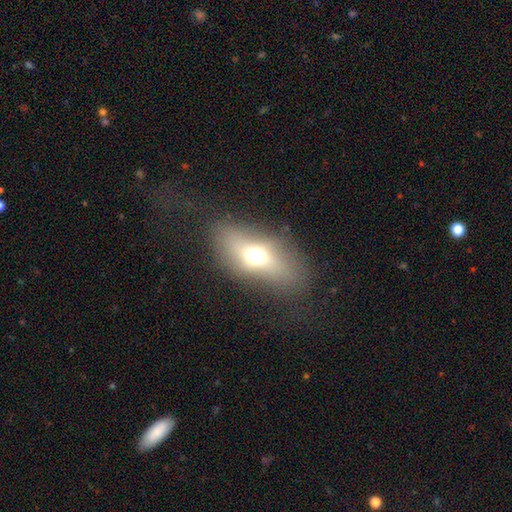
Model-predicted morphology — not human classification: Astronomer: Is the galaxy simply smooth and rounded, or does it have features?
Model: smooth — 55%.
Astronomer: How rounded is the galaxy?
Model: in between — 74%.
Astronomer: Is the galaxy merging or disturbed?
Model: none — 75%.